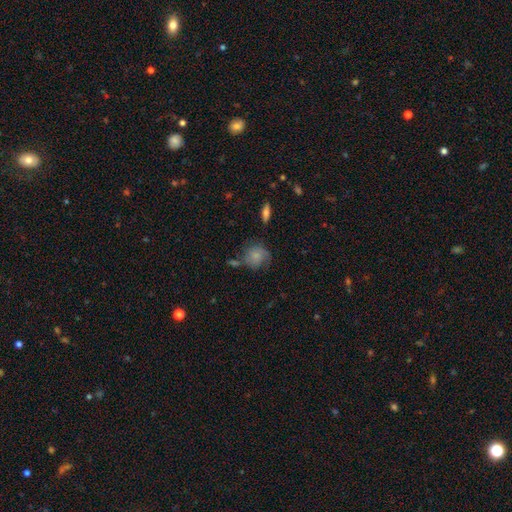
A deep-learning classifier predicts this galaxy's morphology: This is likely a smooth galaxy (68%). How rounded: likely round (77%). Merging: possibly none (55%).